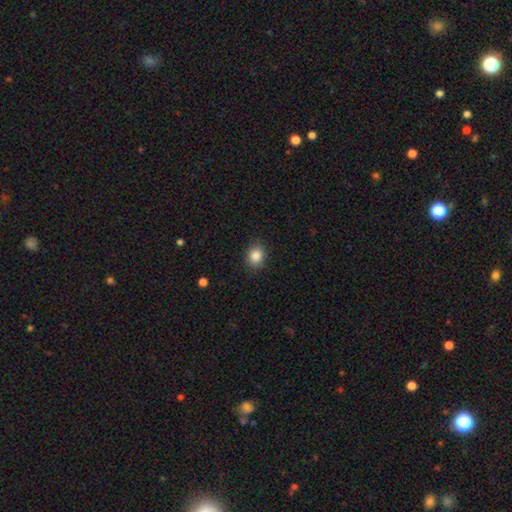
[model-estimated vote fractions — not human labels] Q: Smooth or featured?
A: smooth (86%); runner-up: star or artifact (9%)
Q: How rounded?
A: round (60%); runner-up: in between (39%)
Q: Merging?
A: none (88%); runner-up: minor disturbance (9%)